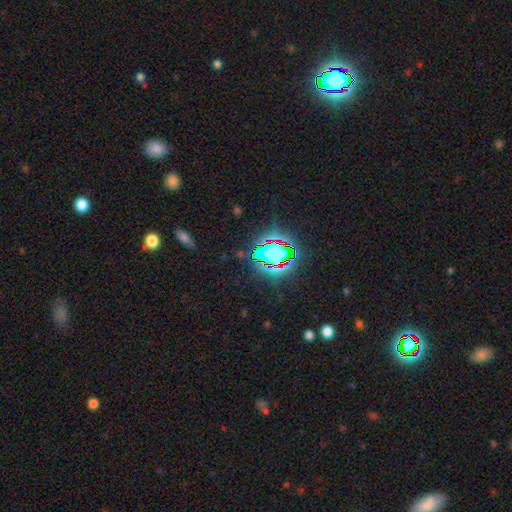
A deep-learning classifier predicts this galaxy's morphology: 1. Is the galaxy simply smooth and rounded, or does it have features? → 81% star or artifact, 11% smooth, 8% featured or disk.